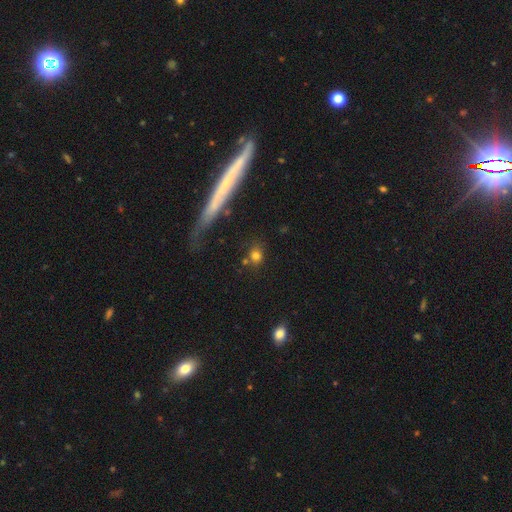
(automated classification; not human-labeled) Overall: smooth (74%). How rounded: round (74%). Merging: none (72%).